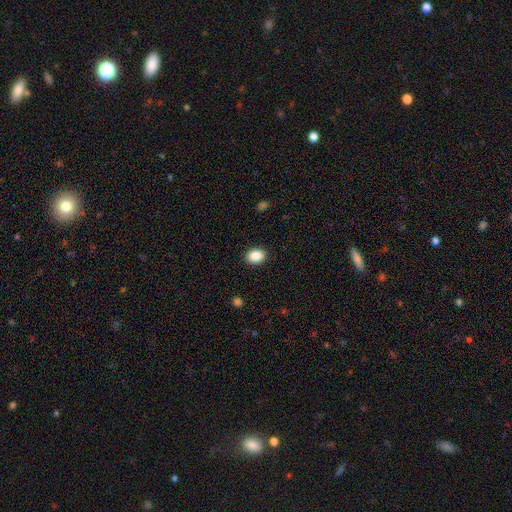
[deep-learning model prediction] This appears to be a smooth galaxy with no disk features (89%) that is in between round and cigar-shaped (70%). Merging: none (90%).